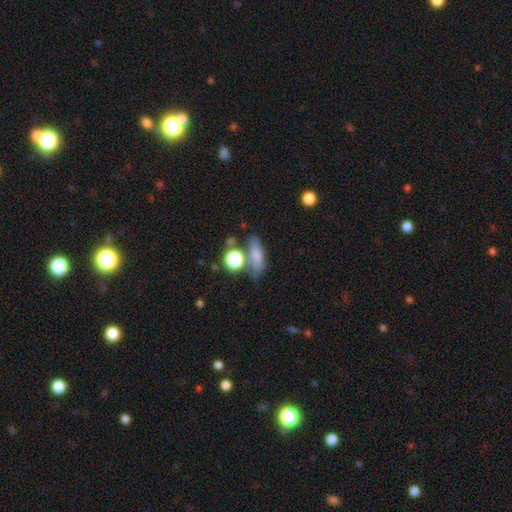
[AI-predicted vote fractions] This appears to be a smooth galaxy with no disk features (72%) that is in between round and cigar-shaped (53%). Merging: none (53%).